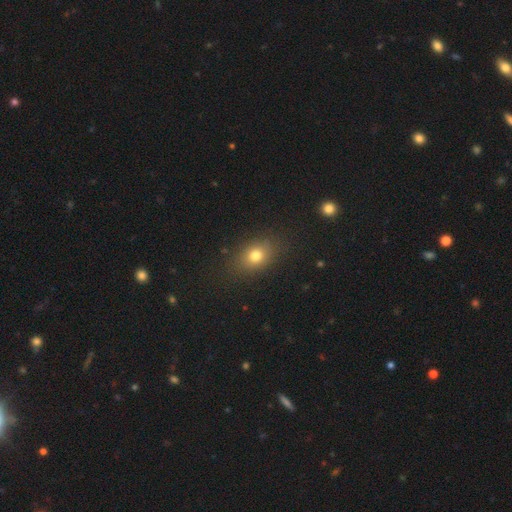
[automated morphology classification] Smooth or featured? Predicted: smooth (p=0.77). How rounded? Predicted: in between (p=0.64). Merging? Predicted: none (p=0.83).